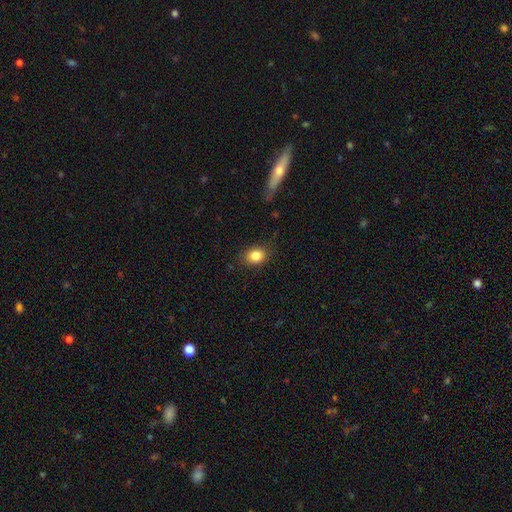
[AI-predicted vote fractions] This appears to be a smooth galaxy with no disk features (84%) that is in between round and cigar-shaped (56%). Merging: none (81%).